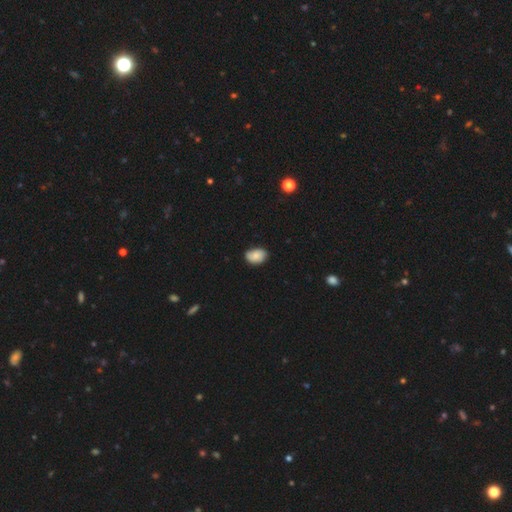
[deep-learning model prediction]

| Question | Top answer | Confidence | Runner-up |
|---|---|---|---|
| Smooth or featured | smooth | 76% | featured or disk (16%) |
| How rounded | in between | 83% | round (16%) |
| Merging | none | 72% | minor disturbance (23%) |